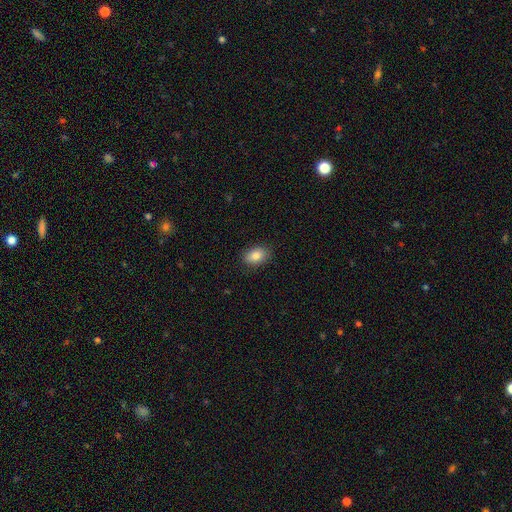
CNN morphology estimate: Smooth or featured? Predicted: smooth (p=0.85). How rounded? Predicted: in between (p=0.87). Merging? Predicted: none (p=0.87).